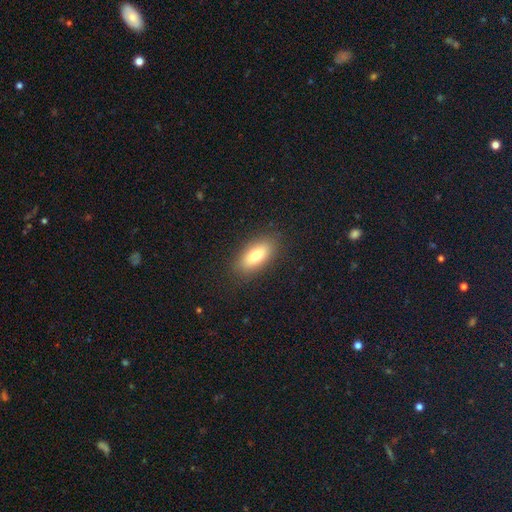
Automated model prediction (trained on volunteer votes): The model was most divided on "smooth or featured": smooth: 75%, featured or disk: 17%, star or artifact: 8%. More confident: merging — none (87%); how rounded — in between (85%).